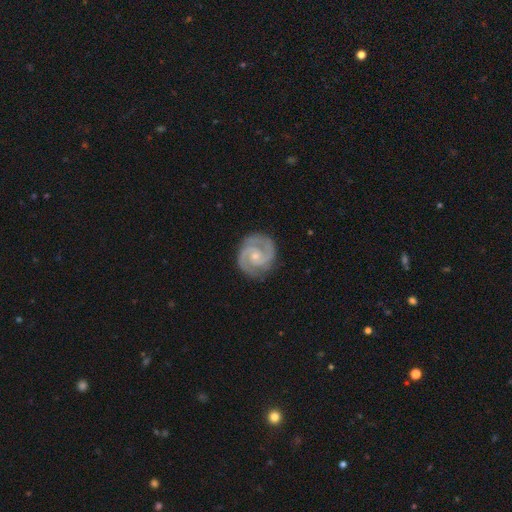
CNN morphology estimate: smooth-or-featured: featured or disk: 91% | smooth: 5% | star or artifact: 4%
  disk-edge-on: no: 98% | yes: 2%
    bar: no: 63% | weak: 30% | strong: 7%
    has-spiral-arms: yes: 98% | no: 2%
      spiral-winding: tight: 56% | medium: 40% | loose: 5%
      spiral-arm-count: 2: 88% | 3: 6% | can't tell: 3% | 1: 1% | 4: 1% | more than 4: 1%
    bulge-size: small: 66% | moderate: 29% | none: 3% | large: 1% | dominant: 1%
  merging: none: 83% | minor disturbance: 13% | major disturbance: 3% | merger: 1%